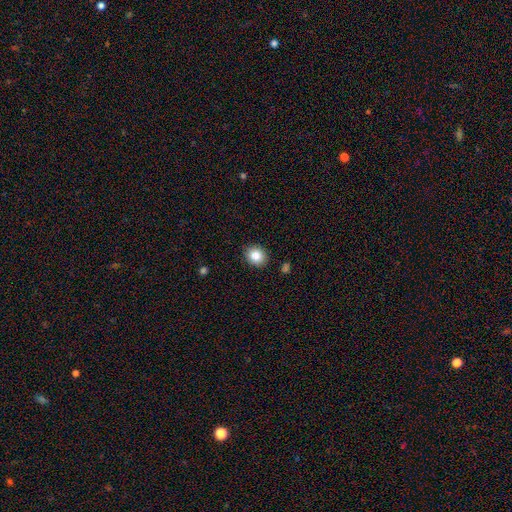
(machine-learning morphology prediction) The model was most divided on "how rounded": round: 66%, in between: 33%, cigar-shaped: 1%. More confident: merging — none (89%); smooth or featured — smooth (84%).